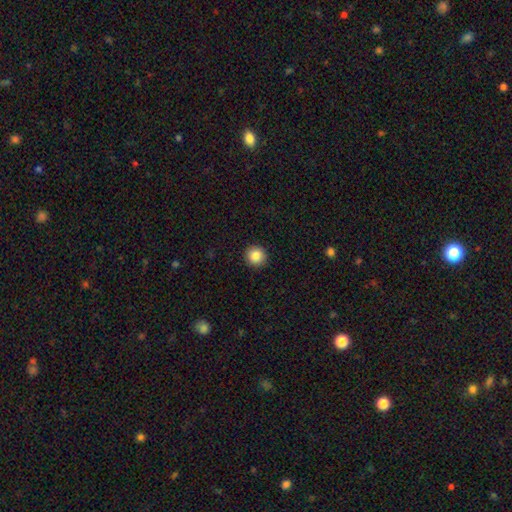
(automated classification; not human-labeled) A smooth galaxy with no disk features (85%) that is round (94%).

Vote fractions:
- Smooth or featured? smooth: 85% / star or artifact: 10% / featured or disk: 5%
- How rounded? round: 94% / in between: 5% / cigar-shaped: 1%
- Merging? none: 93% / minor disturbance: 5% / major disturbance: 2% / merger: 1%